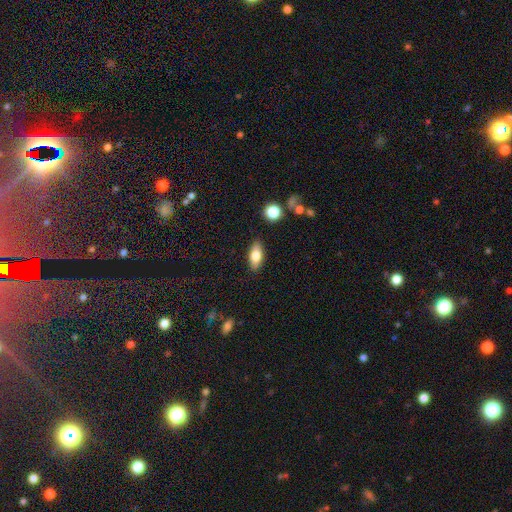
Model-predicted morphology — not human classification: Q: Smooth or featured?
A: smooth (75%); runner-up: featured or disk (18%)
Q: How rounded?
A: in between (82%); runner-up: cigar-shaped (14%)
Q: Merging?
A: none (86%); runner-up: minor disturbance (10%)